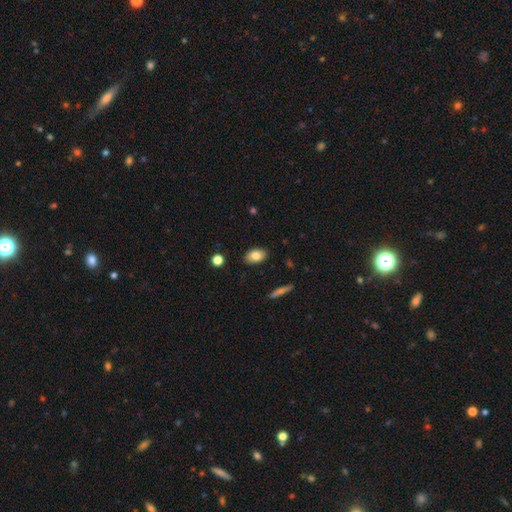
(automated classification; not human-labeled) Smooth or featured: smooth — 80% (featured or disk — 12%)
How rounded: in between — 89% (round — 9%)
Merging: none — 87% (minor disturbance — 9%)